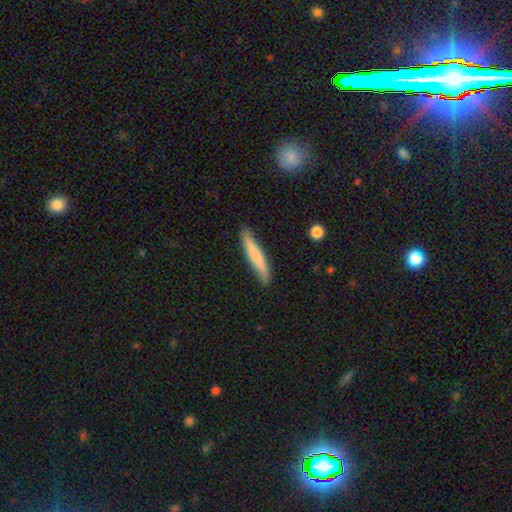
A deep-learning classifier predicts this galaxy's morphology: Overall: smooth (73%). How rounded: cigar-shaped (93%). Merging: none (87%).